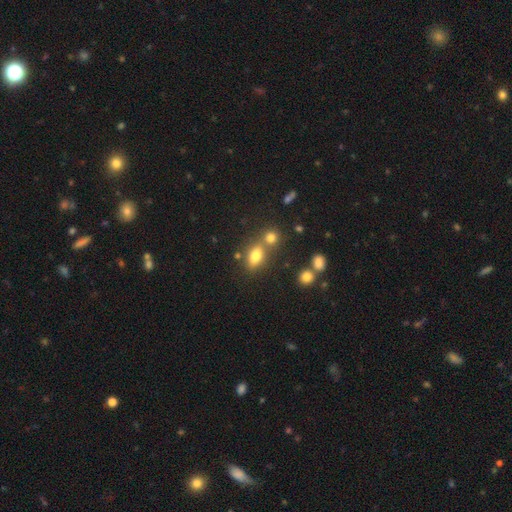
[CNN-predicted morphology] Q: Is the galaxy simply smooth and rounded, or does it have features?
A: smooth — 77%.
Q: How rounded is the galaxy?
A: in between — 77%.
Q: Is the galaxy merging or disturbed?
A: none — 54%.